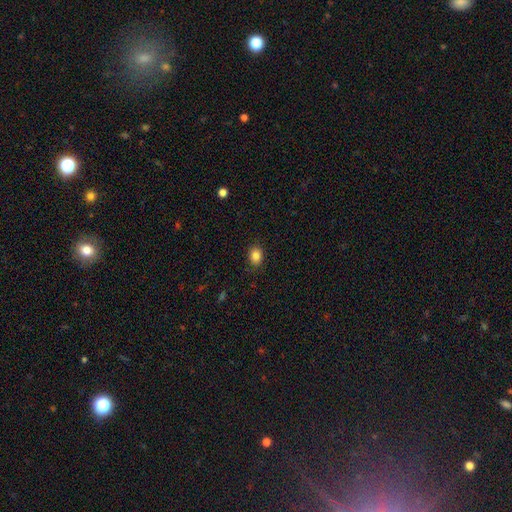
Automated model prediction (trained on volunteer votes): A smooth galaxy with no disk features (85%) that is in between round and cigar-shaped (57%).

Vote fractions:
- Smooth or featured? smooth: 85% / star or artifact: 10% / featured or disk: 5%
- How rounded? in between: 57% / round: 42% / cigar-shaped: 1%
- Merging? none: 86% / minor disturbance: 11% / major disturbance: 3% / merger: 1%